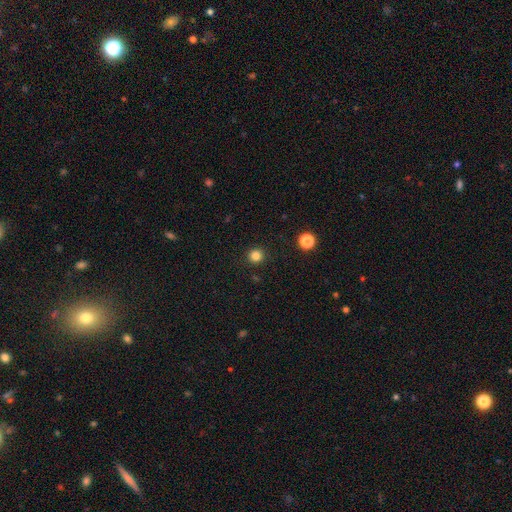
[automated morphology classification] The model was most divided on "smooth or featured": smooth: 83%, star or artifact: 13%, featured or disk: 4%. More confident: how rounded — round (94%); merging — none (92%).